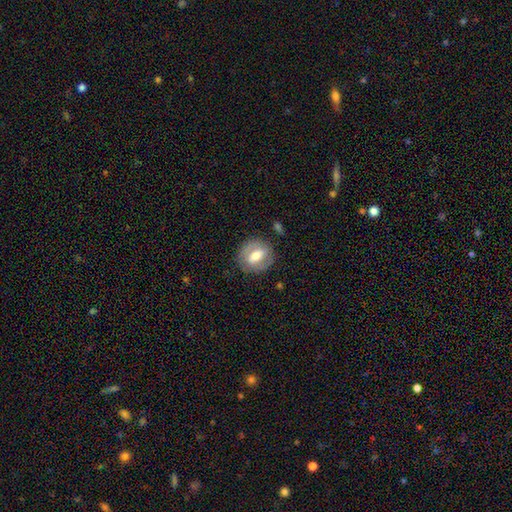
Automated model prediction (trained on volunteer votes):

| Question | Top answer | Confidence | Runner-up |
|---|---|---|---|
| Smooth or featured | featured or disk | 50% | smooth (44%) |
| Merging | none | 79% | minor disturbance (14%) |